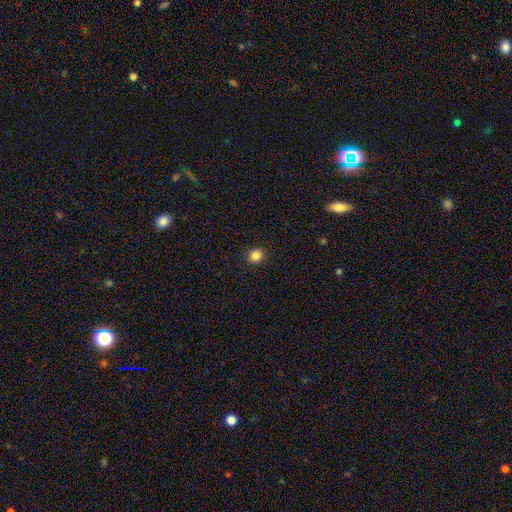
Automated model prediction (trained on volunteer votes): Morphology: type=smooth (84%); roundness=round (89%); merging=none (92%).